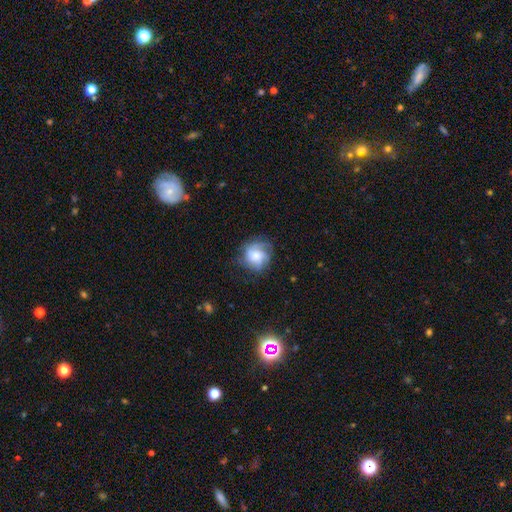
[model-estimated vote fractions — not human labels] Smooth or featured? featured or disk (53%)
Edge-on disk? no (97%)
Bar? no (72%)
Spiral arms? yes (87%)
Bulge size? moderate (51%)
Merging? none (64%)